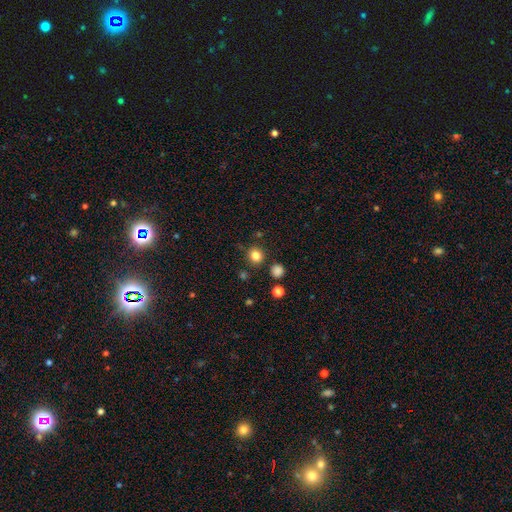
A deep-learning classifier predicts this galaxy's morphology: smooth 83%, star or artifact 13%, featured or disk 5%. Down the decision tree: how rounded — round (86%); merging — none (86%).